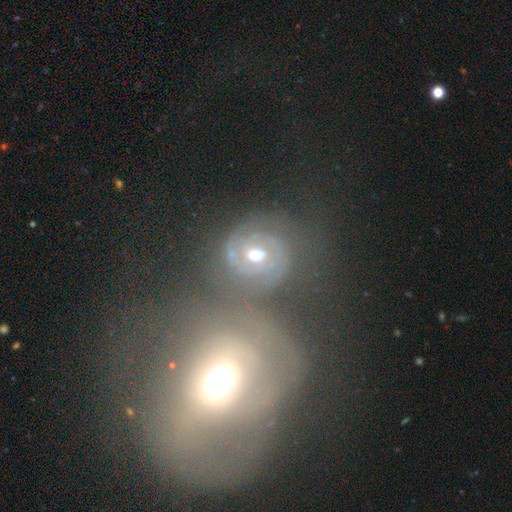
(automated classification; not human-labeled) Overall: featured or disk (68%). Edge-on disk: no (96%). Bar: no (55%; weak 33%). Spiral arms: yes (86%). Spiral arm count: 2 (46%; can't tell 25%). Spiral winding: tight (68%). Bulge size: moderate (66%; small 27%). Merging: none (54%; merger 23%).